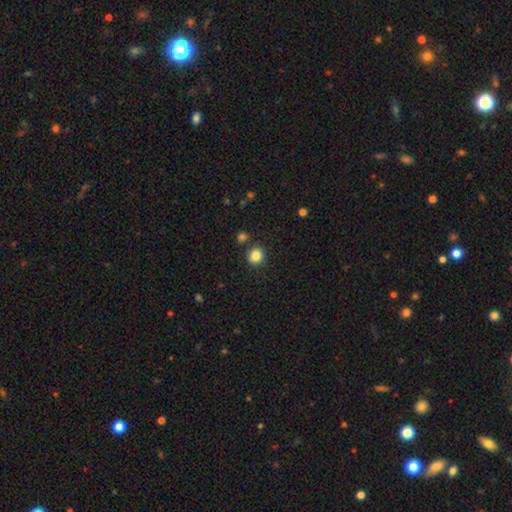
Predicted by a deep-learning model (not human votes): Morphology: type=smooth (84%); roundness=round (89%); merging=none (87%).